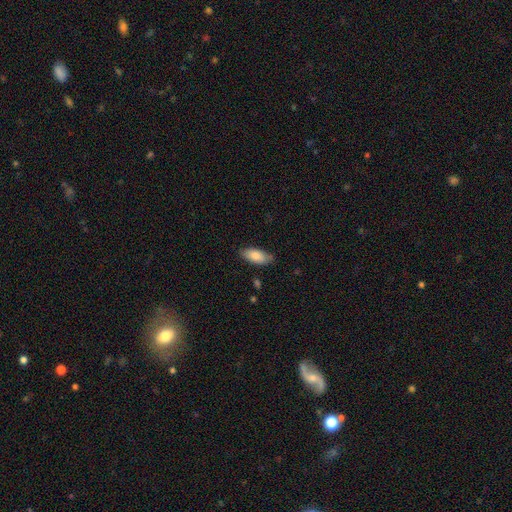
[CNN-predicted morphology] The model was most divided on "merging": none: 79%, minor disturbance: 17%, major disturbance: 3%, merger: 1%. More confident: how rounded — in between (88%); smooth or featured — smooth (83%).